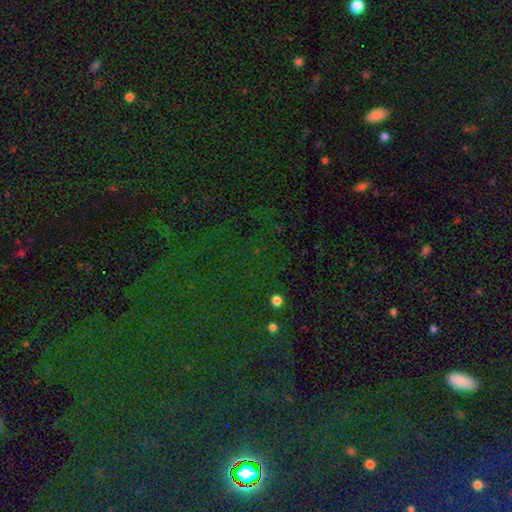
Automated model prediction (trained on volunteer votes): smooth_or_featured: star or artifact (p=0.81) [alt: smooth p=0.11]